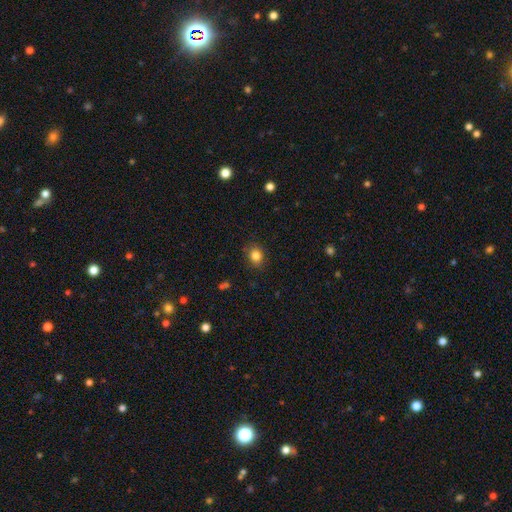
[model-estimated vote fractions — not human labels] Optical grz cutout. It shows a smooth galaxy with no disk features (84%) that is round (59%). Merging: none (85%).